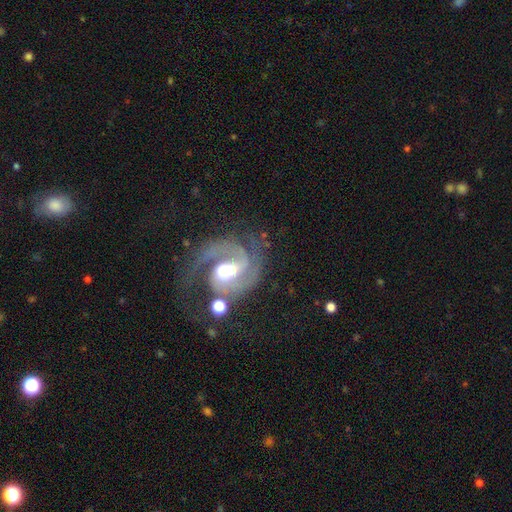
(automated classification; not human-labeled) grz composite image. It shows a featured or disk galaxy (90%) with a weak bar (46%), 2 (83%) medium (54%) spiral arms (97%) and a moderate central bulge (62%). Merging: none (58%).